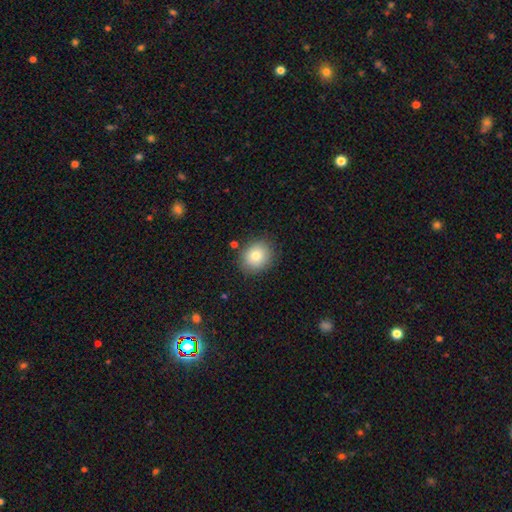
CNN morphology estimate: Smooth or featured: smooth — 81% (star or artifact — 10%)
How rounded: round — 73% (in between — 26%)
Merging: none — 85% (minor disturbance — 10%)